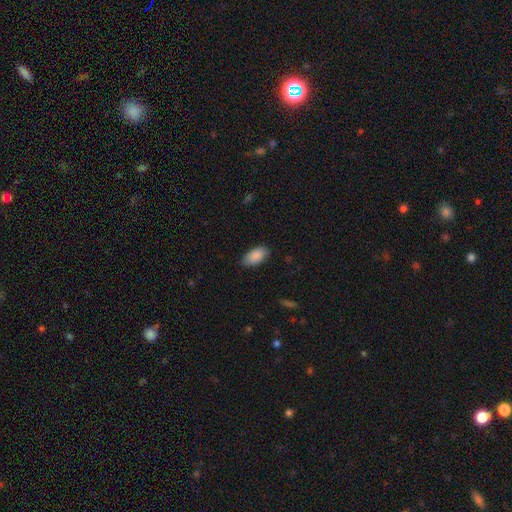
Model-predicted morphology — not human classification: A smooth galaxy with no disk features (90%) that is in between round and cigar-shaped (94%).

Vote fractions:
- Smooth or featured? smooth: 90% / star or artifact: 6% / featured or disk: 4%
- How rounded? in between: 94% / cigar-shaped: 3% / round: 3%
- Merging? none: 83% / minor disturbance: 13% / major disturbance: 2% / merger: 1%